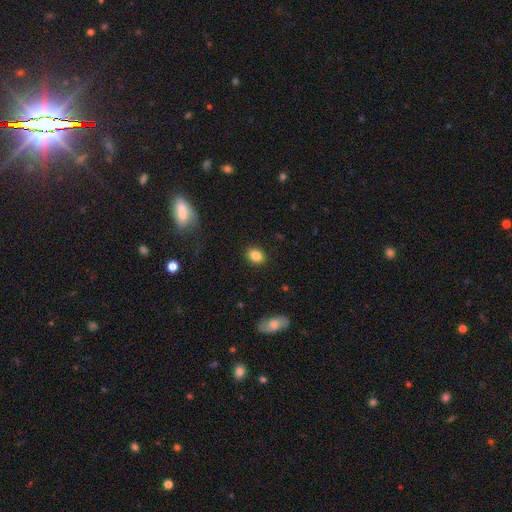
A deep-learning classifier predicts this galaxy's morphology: This appears to be a smooth galaxy with no disk features (85%) that is in between round and cigar-shaped (57%). Merging: none (89%).